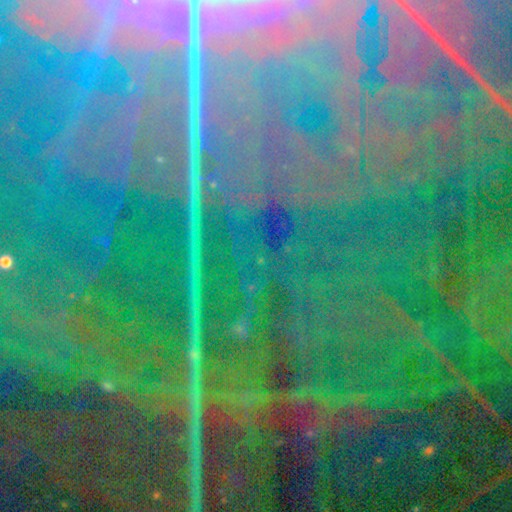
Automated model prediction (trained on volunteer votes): Overall: star or artifact (86%).